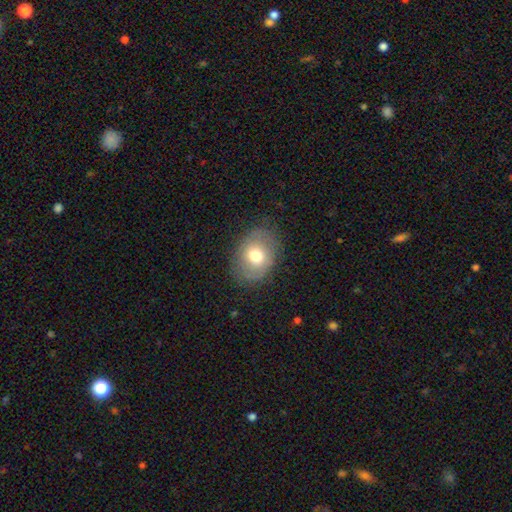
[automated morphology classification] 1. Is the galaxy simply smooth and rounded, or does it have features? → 67% smooth, 23% featured or disk, 9% star or artifact.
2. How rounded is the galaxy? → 63% in between, 36% round, 1% cigar-shaped.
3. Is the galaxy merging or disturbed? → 77% none, 16% minor disturbance, 6% major disturbance, 1% merger.